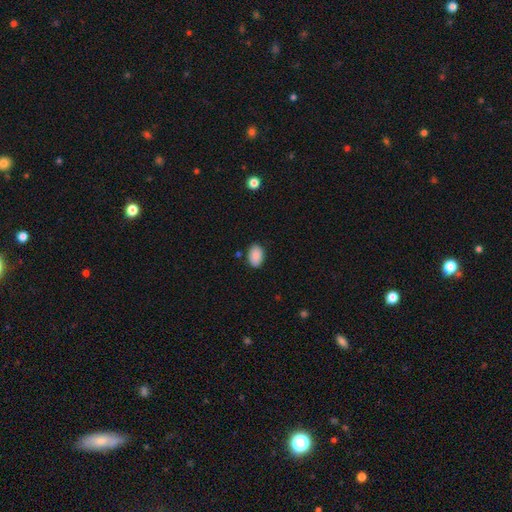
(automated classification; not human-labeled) Smooth or featured? smooth (89%)
How rounded? in between (89%)
Merging? none (85%)